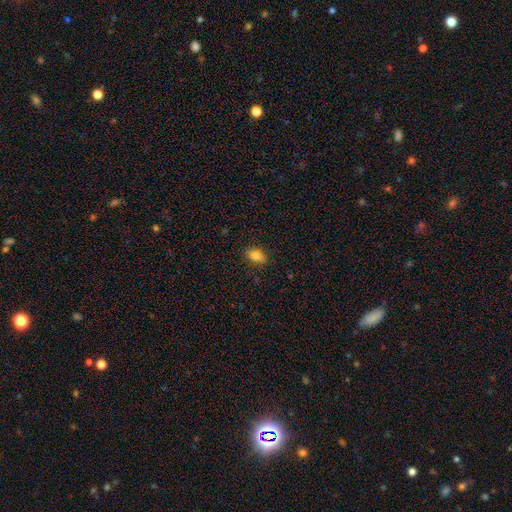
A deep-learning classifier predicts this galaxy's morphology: This appears to be a smooth galaxy with no disk features (82%) that is in between round and cigar-shaped (84%). Merging: none (85%).